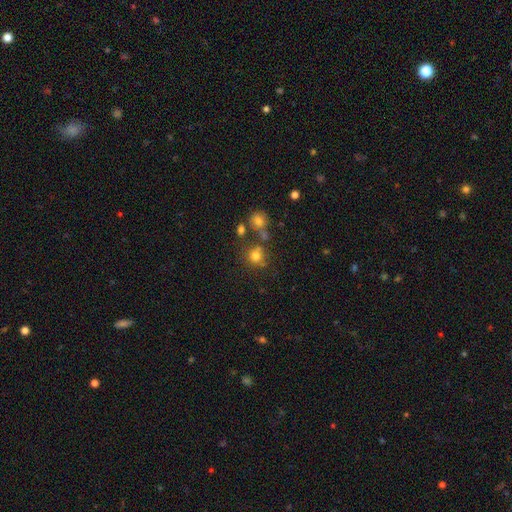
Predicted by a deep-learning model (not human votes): Smooth or featured?
  - smooth: 76% *
  - star or artifact: 16%
  - featured or disk: 8%
How rounded?
  - round: 86% *
  - in between: 13%
  - cigar-shaped: 1%
Merging?
  - none: 66% *
  - merger: 16%
  - minor disturbance: 12%
  - major disturbance: 6%